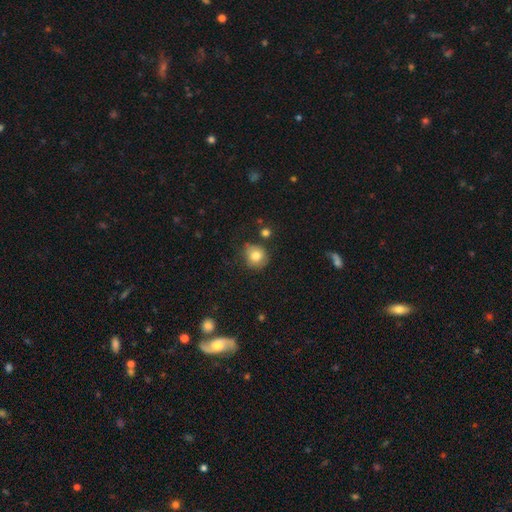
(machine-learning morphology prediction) Smooth or featured? Predicted: smooth (p=0.80). How rounded? Predicted: round (p=0.84). Merging? Predicted: none (p=0.75).